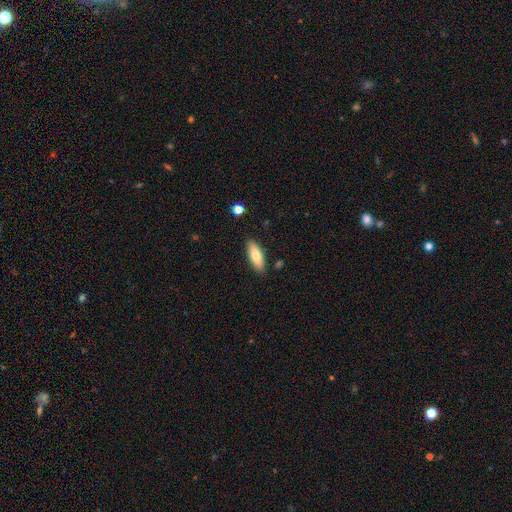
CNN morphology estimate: Smooth or featured? Predicted: smooth (p=0.75). How rounded? Predicted: in between (p=0.62). Merging? Predicted: none (p=0.87).